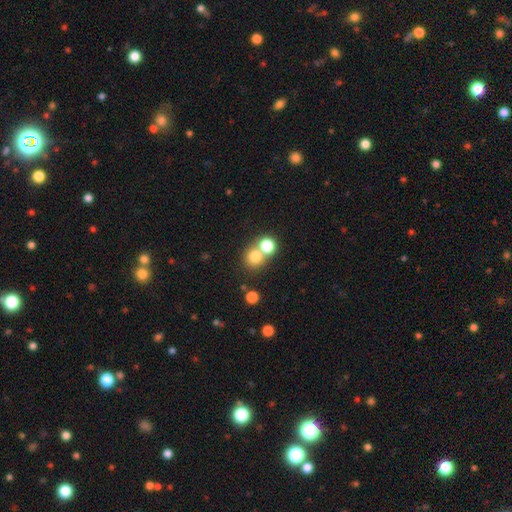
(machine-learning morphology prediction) smooth-or-featured: smooth: 76% | star or artifact: 15% | featured or disk: 10%
  how-rounded: round: 86% | in between: 13% | cigar-shaped: 1%
  merging: none: 52% | merger: 39% | minor disturbance: 6% | major disturbance: 3%